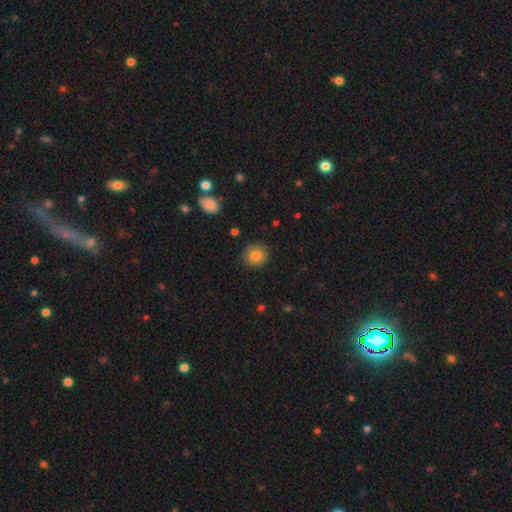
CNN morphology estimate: This is clearly a smooth galaxy (84%). How rounded: clearly round (92%). Merging: clearly none (87%).